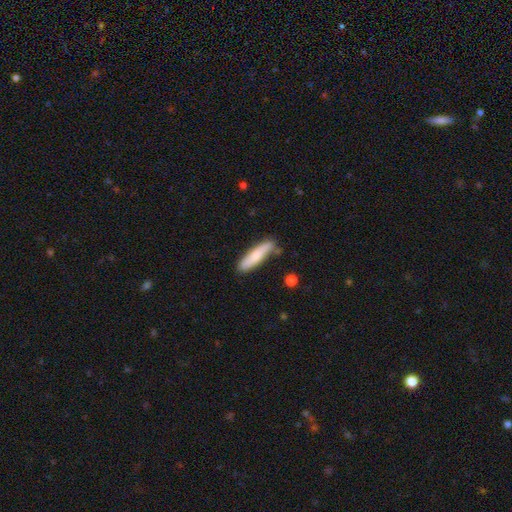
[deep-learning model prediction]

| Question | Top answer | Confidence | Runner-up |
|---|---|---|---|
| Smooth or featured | smooth | 72% | featured or disk (22%) |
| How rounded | cigar-shaped | 83% | in between (15%) |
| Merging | none | 76% | minor disturbance (17%) |